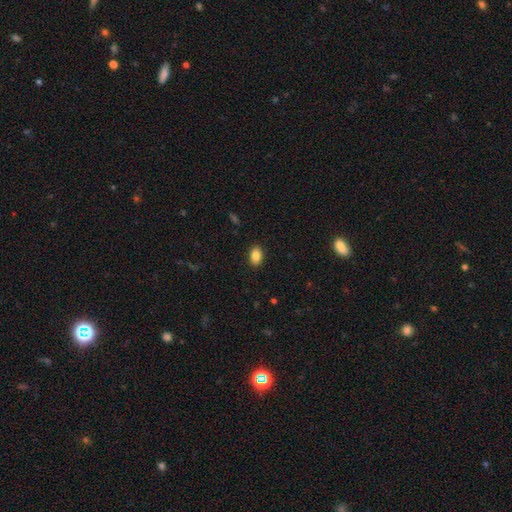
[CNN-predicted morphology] smooth-or-featured: smooth: 86% | star or artifact: 8% | featured or disk: 6%
  how-rounded: in between: 85% | round: 13% | cigar-shaped: 1%
  merging: none: 90% | minor disturbance: 7% | major disturbance: 2% | merger: 1%